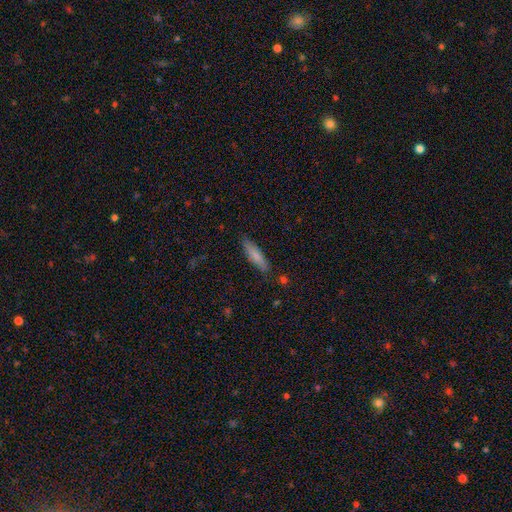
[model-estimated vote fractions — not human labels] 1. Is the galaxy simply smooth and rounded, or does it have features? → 80% smooth, 14% featured or disk, 6% star or artifact.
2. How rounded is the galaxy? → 70% cigar-shaped, 28% in between, 1% round.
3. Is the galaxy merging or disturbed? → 82% none, 14% minor disturbance, 3% major disturbance, 2% merger.